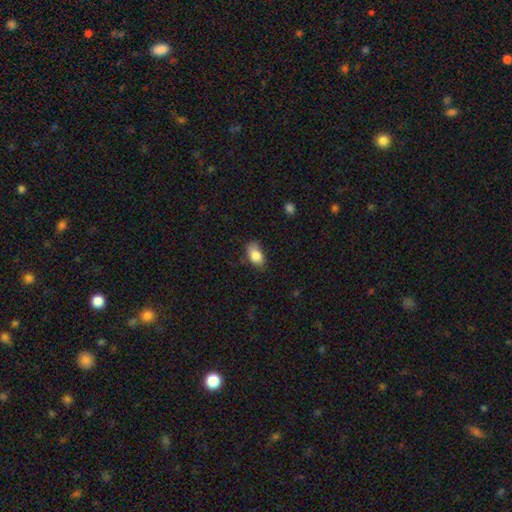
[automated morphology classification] type=smooth (84%); roundness=in between (89%); merging=none (62%).